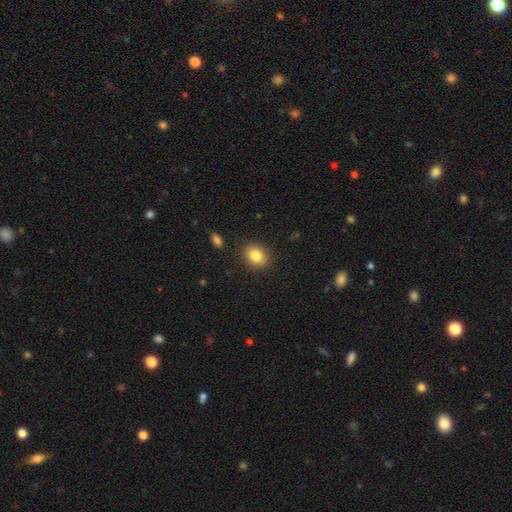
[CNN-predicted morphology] type=smooth (85%); roundness=in between (51%); merging=none (88%).